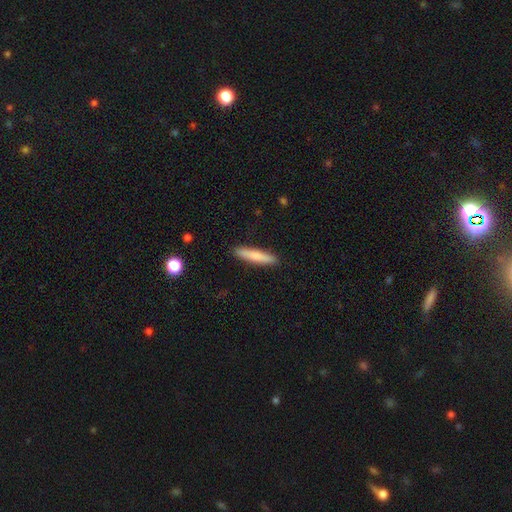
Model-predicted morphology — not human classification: type=smooth (78%); roundness=cigar-shaped (88%); merging=none (90%).